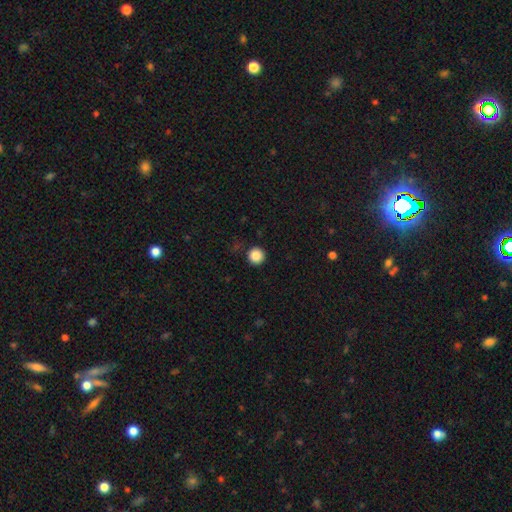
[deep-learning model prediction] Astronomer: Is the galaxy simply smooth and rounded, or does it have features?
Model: smooth — 87%.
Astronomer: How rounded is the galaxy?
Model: round — 96%.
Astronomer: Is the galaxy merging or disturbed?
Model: none — 91%.